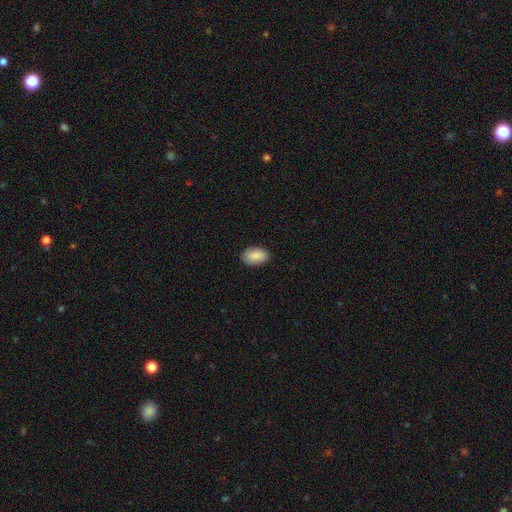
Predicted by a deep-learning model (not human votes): The model was most divided on "merging": none: 87%, minor disturbance: 10%, major disturbance: 2%, merger: 1%. More confident: how rounded — in between (93%); smooth or featured — smooth (89%).